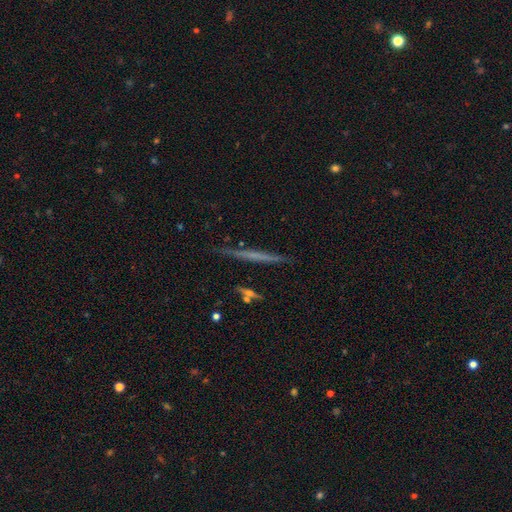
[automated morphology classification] Q: Smooth or featured?
A: featured or disk (53%); runner-up: smooth (39%)
Q: Edge-on disk?
A: yes (96%); runner-up: no (4%)
Q: Edge-on bulge?
A: none (88%); runner-up: rounded (8%)
Q: Merging?
A: none (87%); runner-up: minor disturbance (9%)